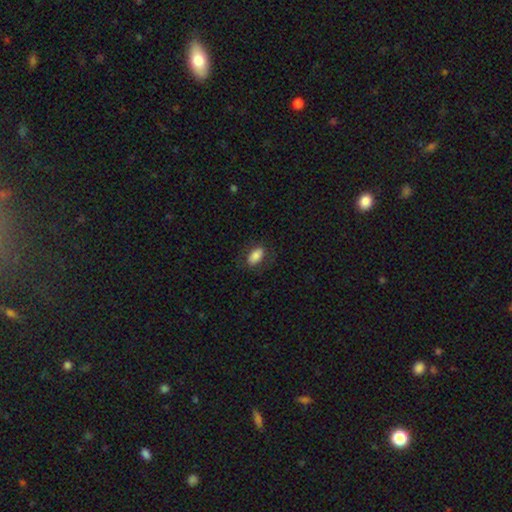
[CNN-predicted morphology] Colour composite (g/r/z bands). It shows a smooth galaxy with no disk features (83%) that is in between round and cigar-shaped (92%). Merging: none (78%).